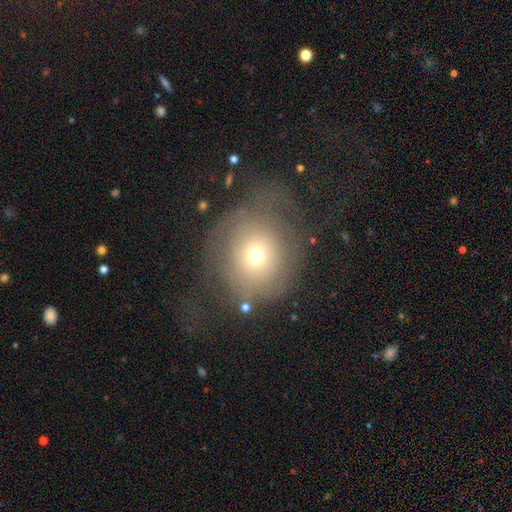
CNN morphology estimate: This appears to be a smooth galaxy with no disk features (59%) that is round (81%). Merging: none (40%).